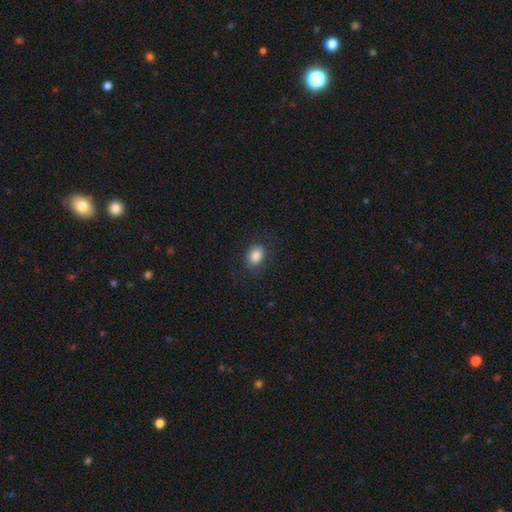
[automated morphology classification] type=smooth (84%); roundness=in between (67%); merging=none (80%).